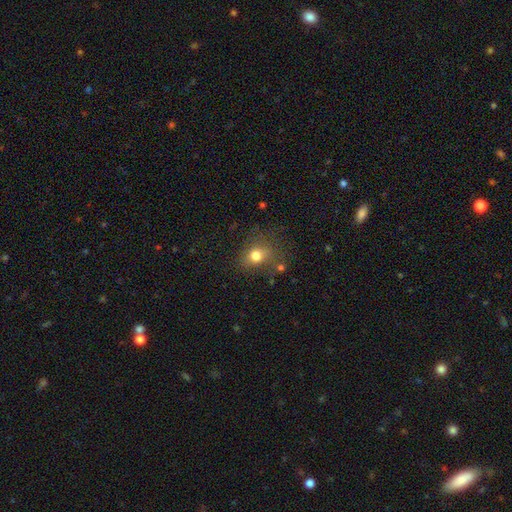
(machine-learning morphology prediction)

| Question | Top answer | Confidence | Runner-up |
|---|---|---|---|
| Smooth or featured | smooth | 76% | star or artifact (14%) |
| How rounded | round | 59% | in between (40%) |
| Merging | none | 66% | minor disturbance (20%) |